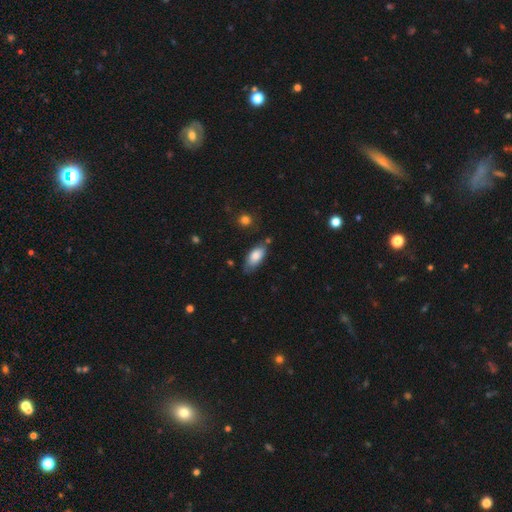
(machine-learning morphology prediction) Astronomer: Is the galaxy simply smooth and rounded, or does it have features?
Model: smooth — 82%.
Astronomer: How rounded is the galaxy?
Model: in between — 87%.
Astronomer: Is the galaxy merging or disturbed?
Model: none — 66%.